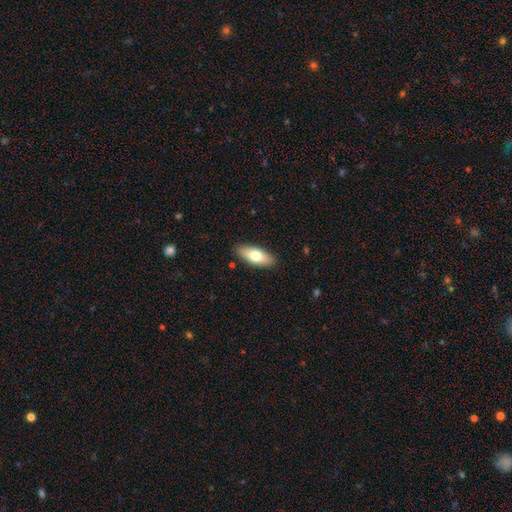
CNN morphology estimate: type=smooth (70%); roundness=in between (77%); merging=none (88%).